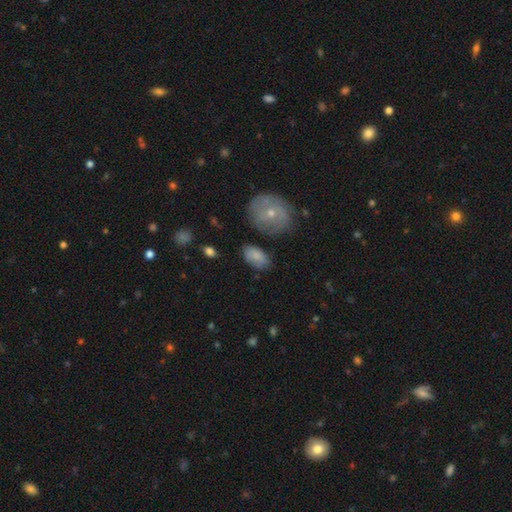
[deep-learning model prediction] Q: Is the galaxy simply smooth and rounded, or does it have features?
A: smooth — 76%.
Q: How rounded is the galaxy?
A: in between — 91%.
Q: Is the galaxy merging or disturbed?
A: none — 70%.